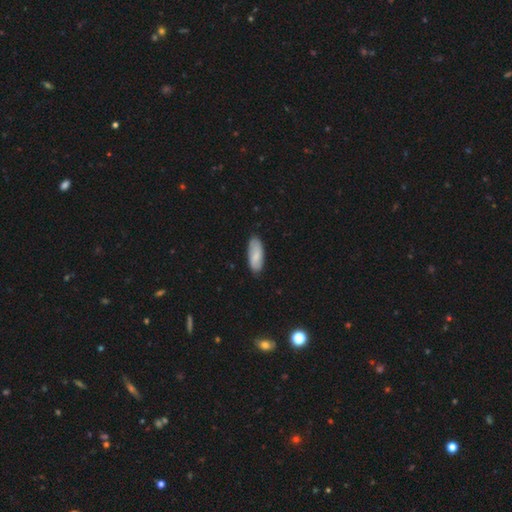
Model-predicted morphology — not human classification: type=smooth (79%); roundness=in between (80%); merging=none (83%).